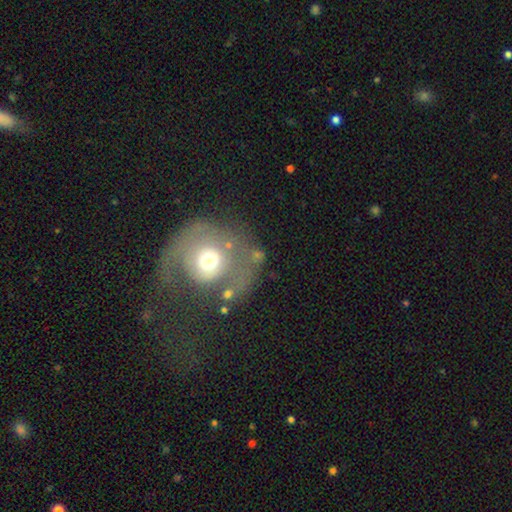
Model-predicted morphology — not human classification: Q: Smooth or featured?
A: smooth (46%); runner-up: featured or disk (42%)
Q: Merging?
A: none (36%); runner-up: major disturbance (35%)